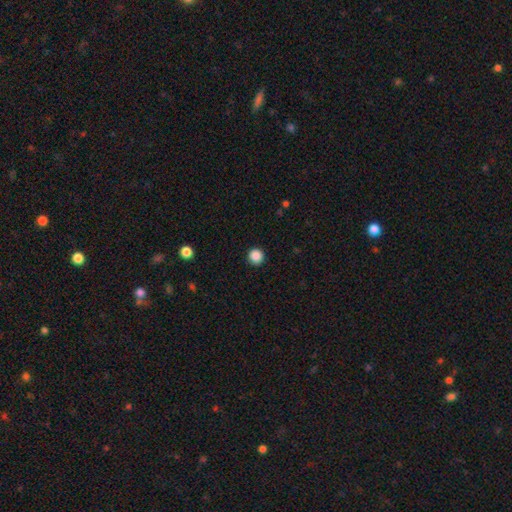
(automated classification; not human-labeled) Q: Smooth or featured?
A: smooth (87%); runner-up: star or artifact (10%)
Q: How rounded?
A: round (95%); runner-up: in between (4%)
Q: Merging?
A: none (92%); runner-up: minor disturbance (5%)